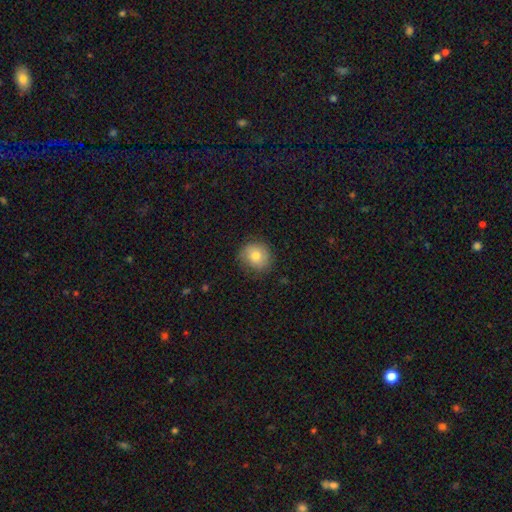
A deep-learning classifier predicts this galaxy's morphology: Overall: smooth (76%). How rounded: round (81%). Merging: none (79%).